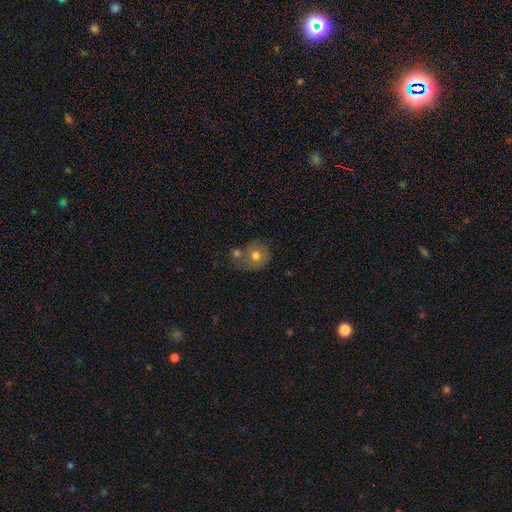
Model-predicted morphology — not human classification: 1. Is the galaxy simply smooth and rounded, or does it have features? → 69% smooth, 21% featured or disk, 9% star or artifact.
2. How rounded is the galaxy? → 83% round, 16% in between, 1% cigar-shaped.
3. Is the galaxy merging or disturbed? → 50% none, 30% merger, 14% minor disturbance, 6% major disturbance.